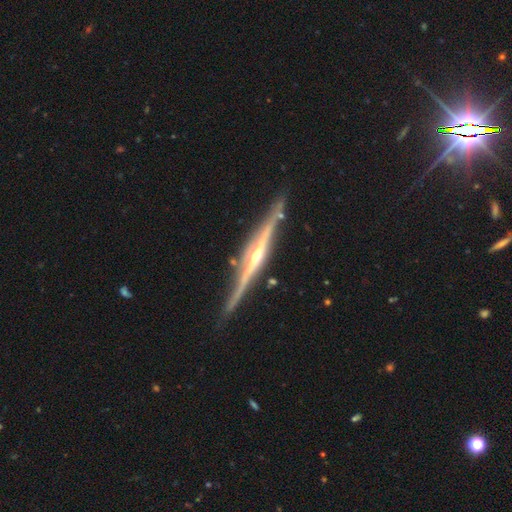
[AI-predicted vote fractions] smooth_or_featured: featured or disk (p=0.87) [alt: smooth p=0.08]
disk_edge_on: yes (p=0.98) [alt: no p=0.02]
edge_on_bulge: rounded (p=0.84) [alt: none p=0.10]
merging: none (p=0.83) [alt: minor disturbance p=0.12]